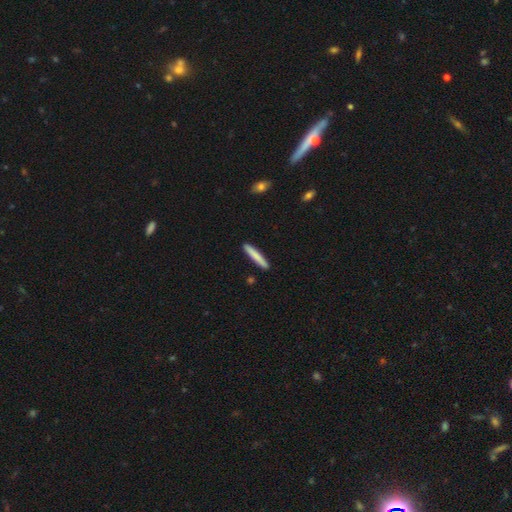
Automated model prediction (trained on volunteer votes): Morphology: type=smooth (79%); roundness=cigar-shaped (95%); merging=none (91%).